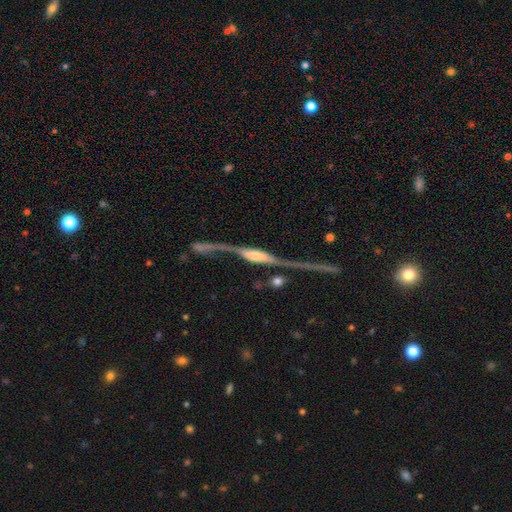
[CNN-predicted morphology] Overall: featured or disk (78%). Edge-on disk: yes (71%). Edge-on bulge: rounded (65%; boxy 25%). Merging: none (38%; major disturbance 25%).